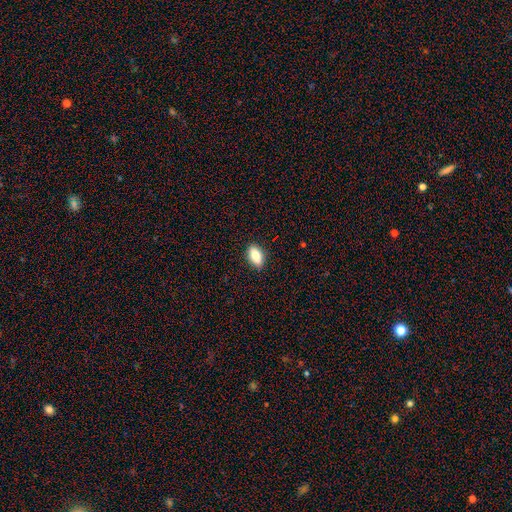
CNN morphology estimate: This is clearly a smooth galaxy (81%). How rounded: clearly in between (88%). Merging: clearly none (89%).